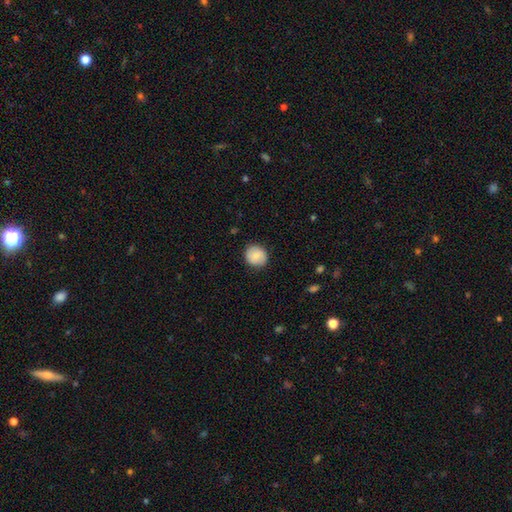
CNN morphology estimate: This is clearly a smooth galaxy (80%). How rounded: clearly round (84%). Merging: clearly none (86%).